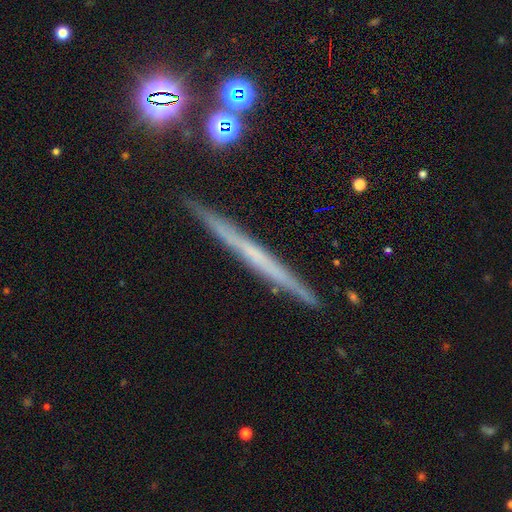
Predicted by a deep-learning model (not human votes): A featured or disk galaxy (59%) viewed edge-on (97%) with no central bulge (89%). Merging: none (90%).